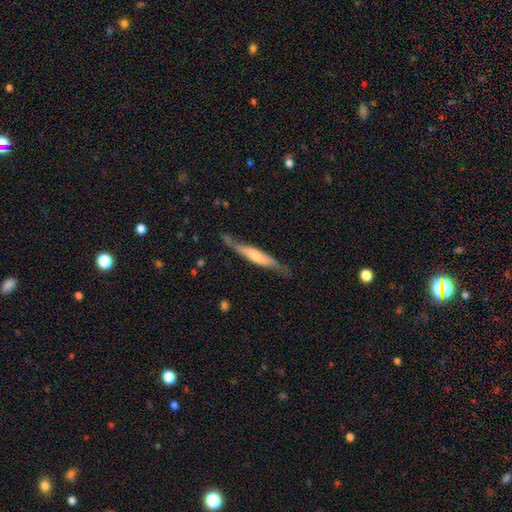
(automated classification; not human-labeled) Smooth or featured?
  - featured or disk: 52% *
  - smooth: 42%
  - star or artifact: 5%
Edge-on disk?
  - yes: 75% *
  - no: 25%
Merging?
  - none: 60% *
  - minor disturbance: 28%
  - major disturbance: 10%
  - merger: 3%